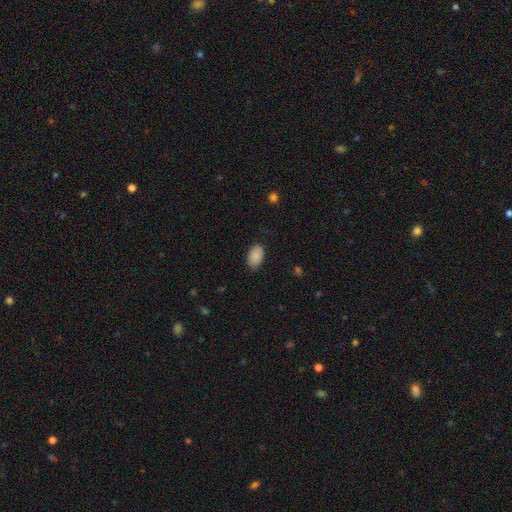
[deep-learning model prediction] A smooth galaxy with no disk features (89%) that is in between round and cigar-shaped (92%). Merging: none (84%).